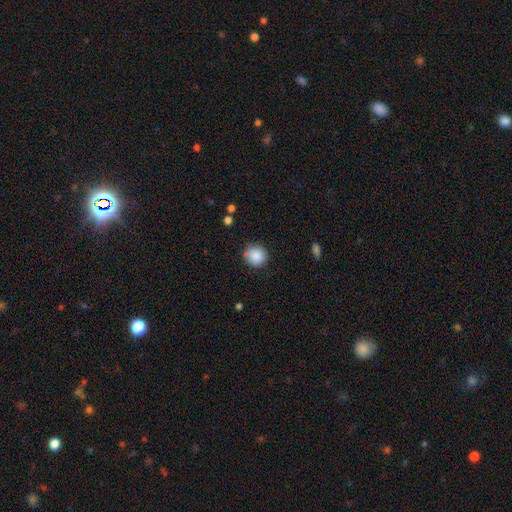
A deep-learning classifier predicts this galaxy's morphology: Smooth or featured: smooth — 87% (star or artifact — 8%)
How rounded: round — 88% (in between — 11%)
Merging: none — 81% (minor disturbance — 15%)